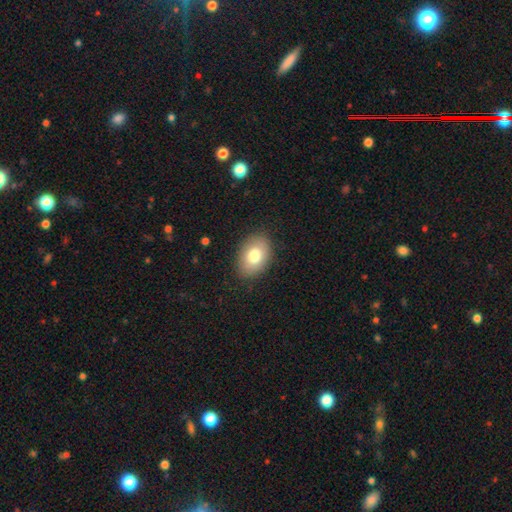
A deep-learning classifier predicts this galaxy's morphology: Smooth or featured? smooth (76%)
How rounded? in between (76%)
Merging? none (90%)